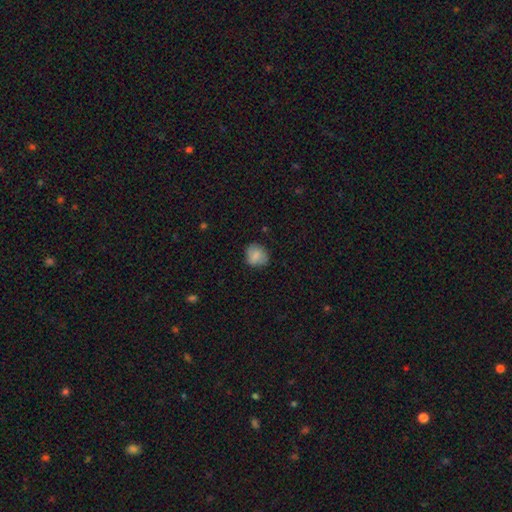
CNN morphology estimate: type=smooth (80%); roundness=round (77%); merging=none (73%).